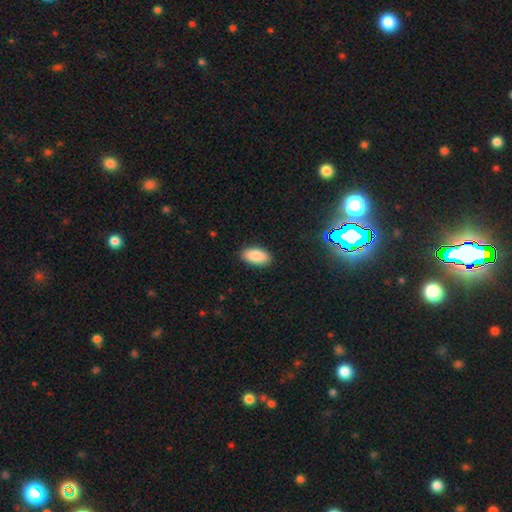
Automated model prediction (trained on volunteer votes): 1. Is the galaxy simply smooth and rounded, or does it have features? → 89% smooth, 7% star or artifact, 4% featured or disk.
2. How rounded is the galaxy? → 94% in between, 4% cigar-shaped, 2% round.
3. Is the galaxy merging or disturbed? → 89% none, 8% minor disturbance, 2% major disturbance, 1% merger.